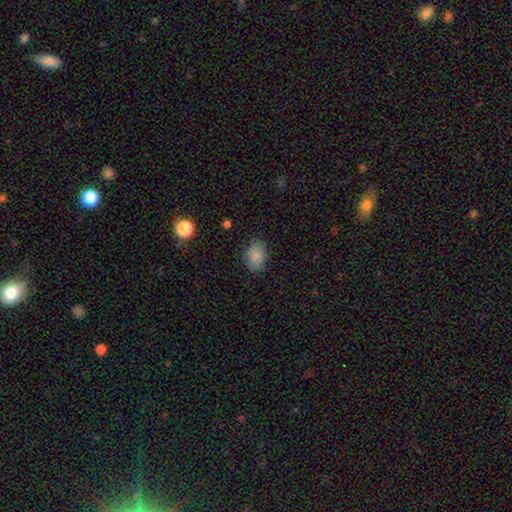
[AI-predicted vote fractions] Overall: smooth (87%). How rounded: in between (79%). Merging: none (84%).